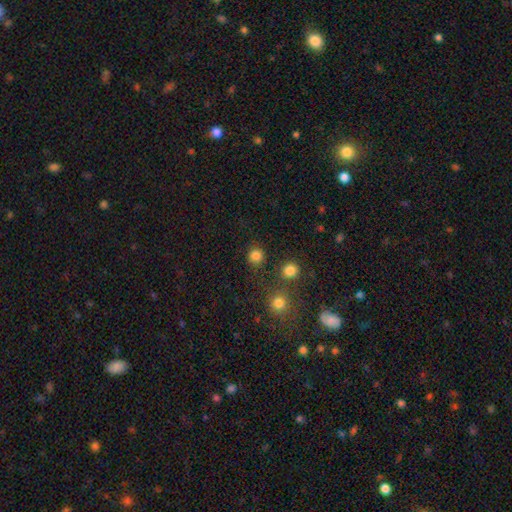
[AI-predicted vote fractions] Smooth or featured? smooth (83%)
How rounded? round (93%)
Merging? none (84%)